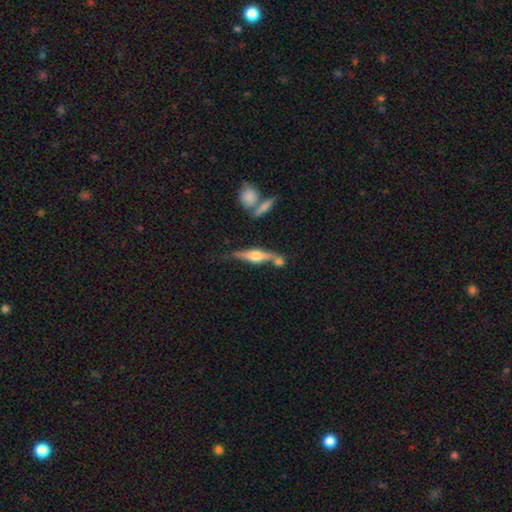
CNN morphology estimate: Smooth or featured? featured or disk (73%)
Edge-on disk? yes (95%)
Edge-on bulge? rounded (89%)
Merging? none (63%)